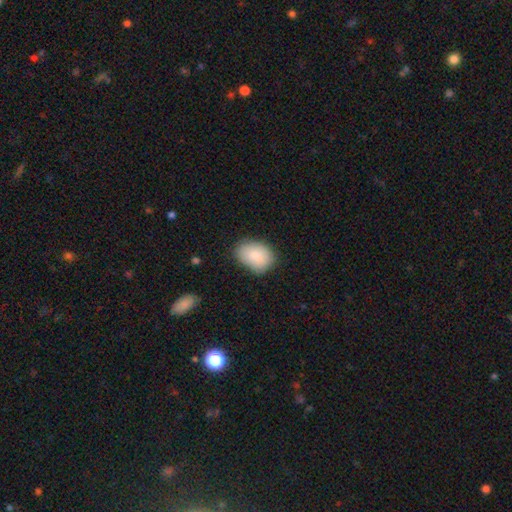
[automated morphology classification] This is clearly a smooth galaxy (87%). How rounded: likely in between (78%). Merging: likely none (76%).